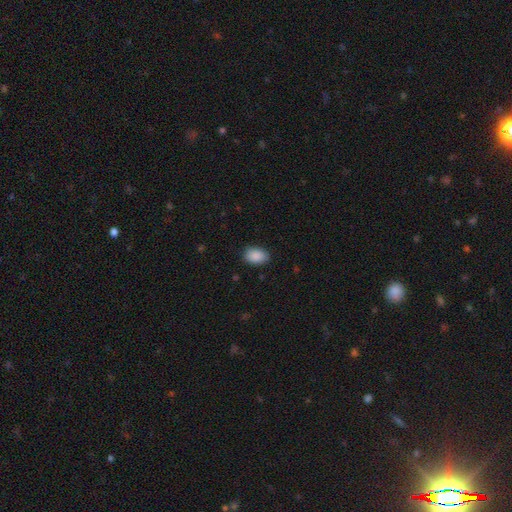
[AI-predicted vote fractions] Overall: smooth (90%). How rounded: in between (87%). Merging: none (86%).